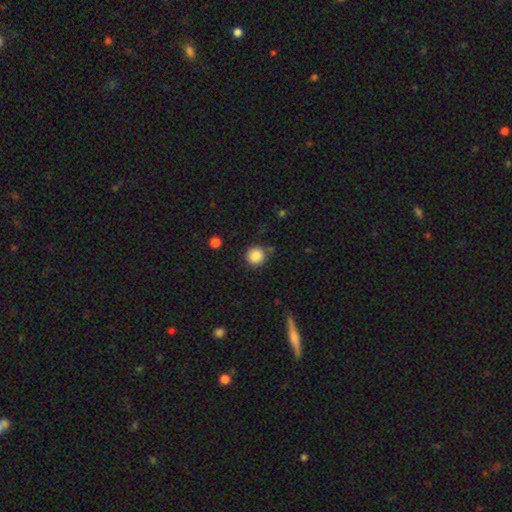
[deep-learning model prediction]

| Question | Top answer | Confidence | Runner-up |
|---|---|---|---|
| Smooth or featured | smooth | 86% | star or artifact (10%) |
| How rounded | round | 94% | in between (5%) |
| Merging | none | 84% | minor disturbance (9%) |